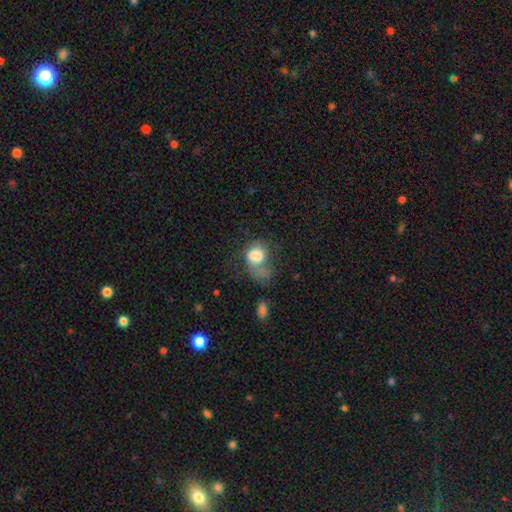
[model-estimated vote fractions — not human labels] Q: Smooth or featured?
A: smooth (67%); runner-up: featured or disk (23%)
Q: How rounded?
A: in between (57%); runner-up: round (42%)
Q: Merging?
A: major disturbance (44%); runner-up: none (20%)